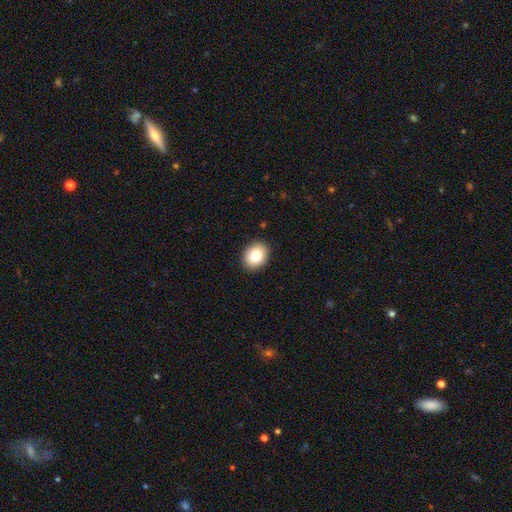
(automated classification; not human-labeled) This appears to be a smooth galaxy with no disk features (86%) that is in between round and cigar-shaped (63%). Merging: none (90%).